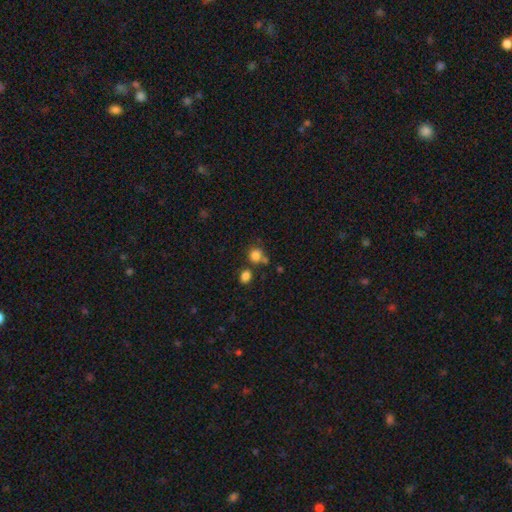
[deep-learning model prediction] Overall: smooth (81%). How rounded: round (80%). Merging: none (60%; merger 24%).